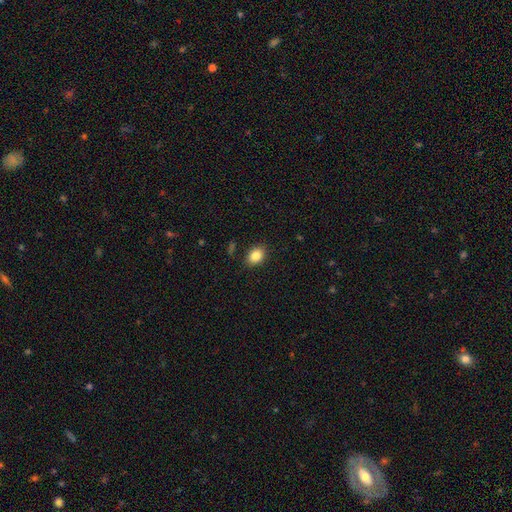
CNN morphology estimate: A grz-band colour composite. It shows a smooth galaxy with no disk features (85%) that is in between round and cigar-shaped (73%). Merging: none (86%).